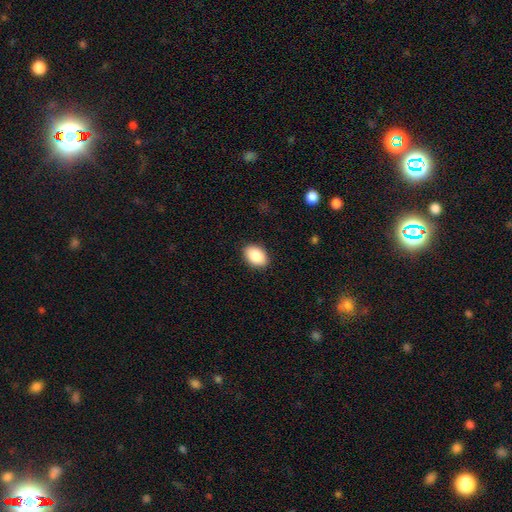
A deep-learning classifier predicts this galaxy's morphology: Q: Smooth or featured?
A: smooth (87%); runner-up: star or artifact (7%)
Q: How rounded?
A: in between (85%); runner-up: round (13%)
Q: Merging?
A: none (89%); runner-up: minor disturbance (8%)